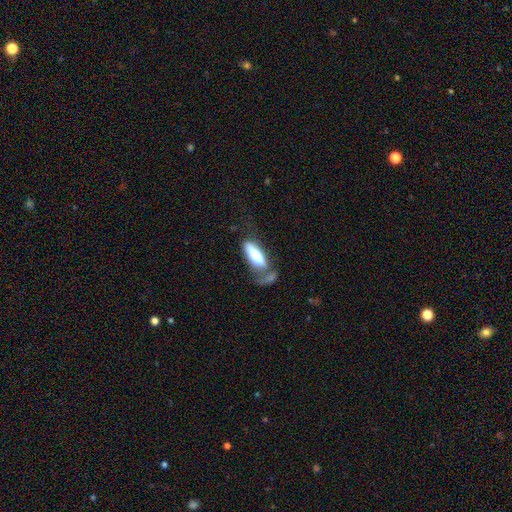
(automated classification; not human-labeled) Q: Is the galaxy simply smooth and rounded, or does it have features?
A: smooth — 72%.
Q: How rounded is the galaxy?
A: in between — 64%.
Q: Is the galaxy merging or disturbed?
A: none — 30%.